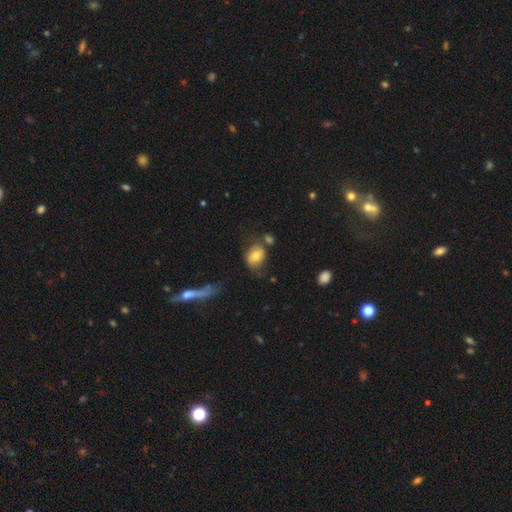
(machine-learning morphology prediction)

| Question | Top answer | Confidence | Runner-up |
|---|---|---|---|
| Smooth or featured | smooth | 71% | featured or disk (21%) |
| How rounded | in between | 60% | round (39%) |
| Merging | none | 55% | minor disturbance (20%) |